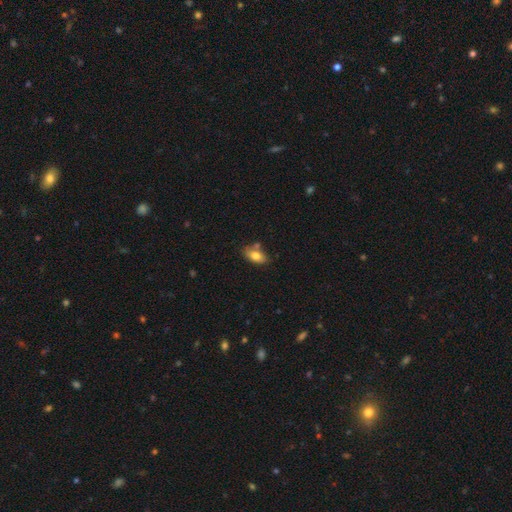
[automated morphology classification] Smooth or featured?
  - smooth: 78% *
  - featured or disk: 14%
  - star or artifact: 8%
How rounded?
  - in between: 89% *
  - cigar-shaped: 6%
  - round: 5%
Merging?
  - none: 67% *
  - minor disturbance: 17%
  - merger: 13%
  - major disturbance: 4%